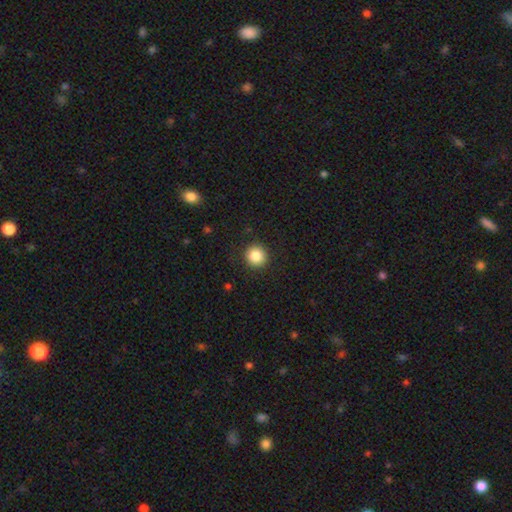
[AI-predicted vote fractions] Q: Smooth or featured?
A: smooth (86%); runner-up: star or artifact (10%)
Q: How rounded?
A: round (95%); runner-up: in between (5%)
Q: Merging?
A: none (92%); runner-up: minor disturbance (5%)